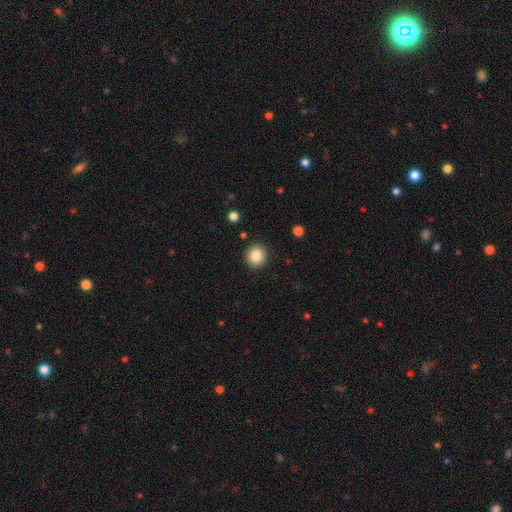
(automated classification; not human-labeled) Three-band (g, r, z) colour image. It shows a smooth galaxy with no disk features (86%) that is round (91%). Merging: none (91%).